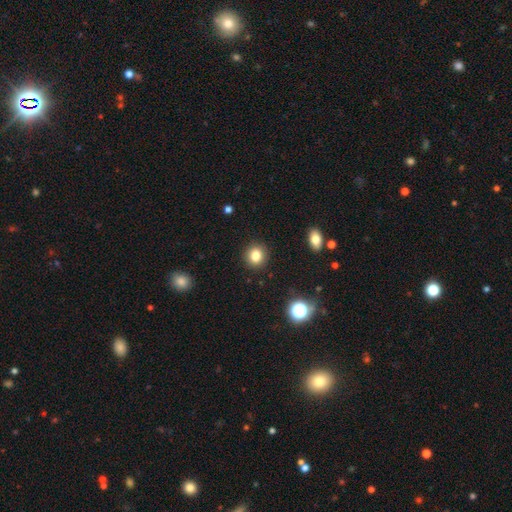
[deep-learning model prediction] Smooth or featured: smooth — 83% (star or artifact — 11%)
How rounded: round — 83% (in between — 16%)
Merging: none — 91% (minor disturbance — 6%)